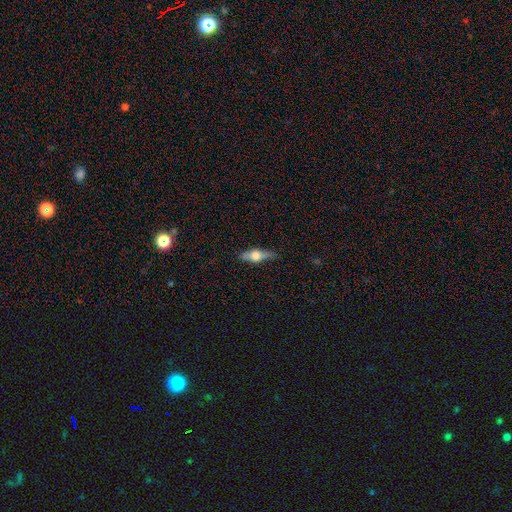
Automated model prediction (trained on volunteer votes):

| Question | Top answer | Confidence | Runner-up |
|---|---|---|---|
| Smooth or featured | featured or disk | 52% | smooth (41%) |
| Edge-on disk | yes | 92% | no (8%) |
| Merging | none | 79% | minor disturbance (16%) |